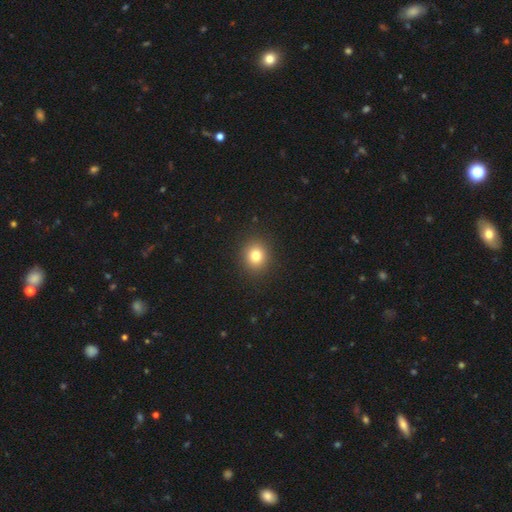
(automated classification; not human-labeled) Smooth or featured? Predicted: smooth (p=0.80). How rounded? Predicted: round (p=0.83). Merging? Predicted: none (p=0.91).